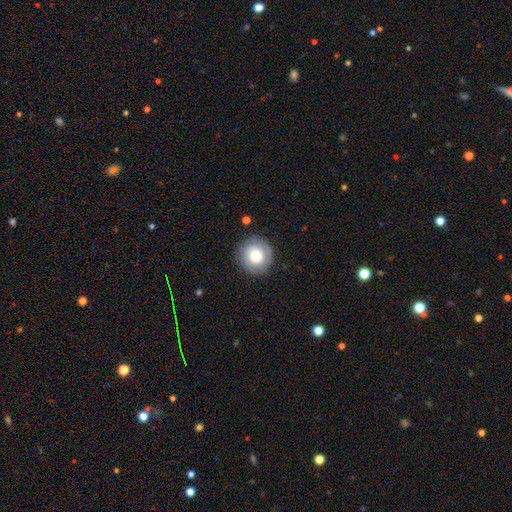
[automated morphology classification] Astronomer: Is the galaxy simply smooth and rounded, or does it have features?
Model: smooth — 72%.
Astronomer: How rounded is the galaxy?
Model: round — 93%.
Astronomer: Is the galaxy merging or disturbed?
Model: none — 85%.